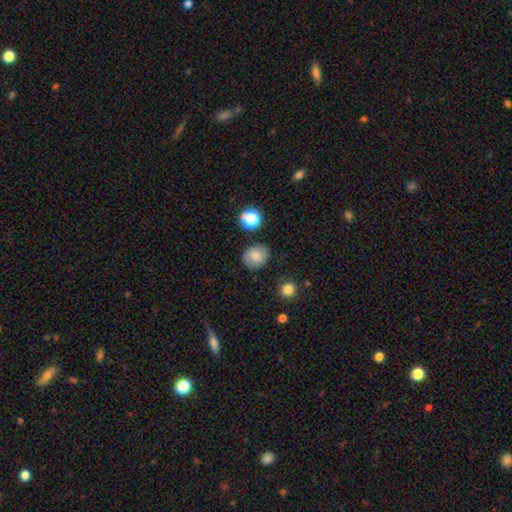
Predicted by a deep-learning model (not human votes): Overall: smooth (81%). How rounded: round (80%). Merging: none (82%).